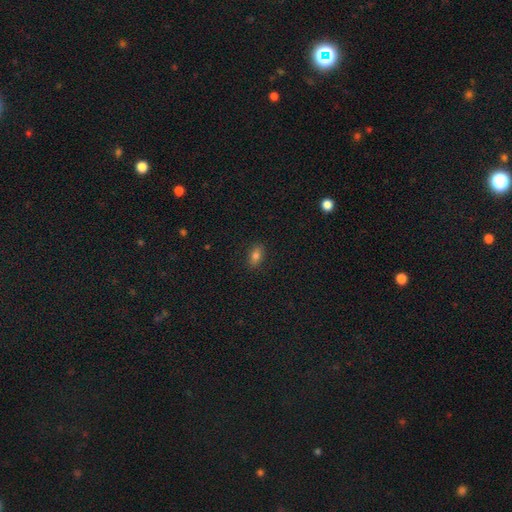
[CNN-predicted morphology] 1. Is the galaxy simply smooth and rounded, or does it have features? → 80% smooth, 11% star or artifact, 9% featured or disk.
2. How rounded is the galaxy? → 86% in between, 9% round, 5% cigar-shaped.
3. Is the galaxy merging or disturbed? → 88% none, 9% minor disturbance, 2% major disturbance, 1% merger.